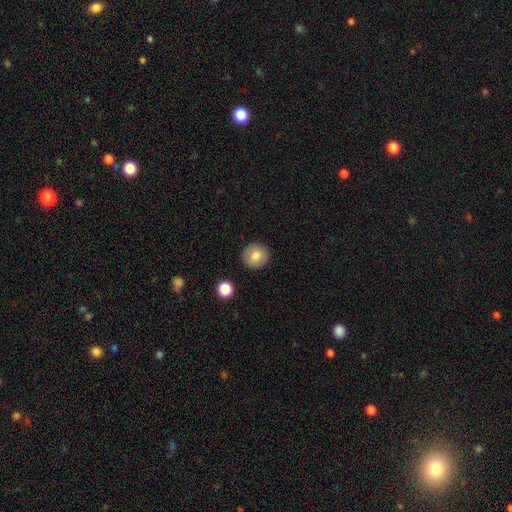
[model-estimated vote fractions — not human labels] smooth 80%, featured or disk 11%, star or artifact 9%. Down the decision tree: how rounded — round (90%); merging — none (90%).